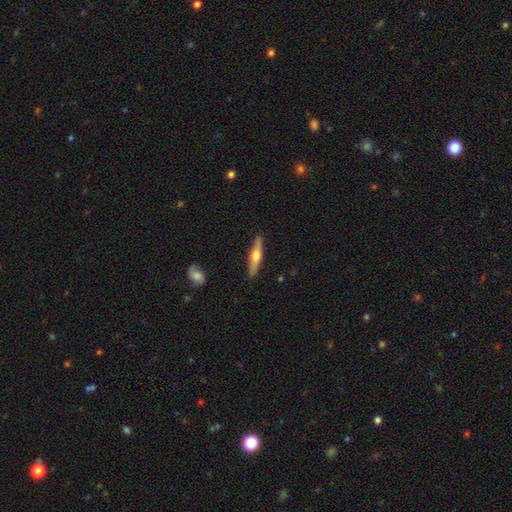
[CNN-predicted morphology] This is possibly a featured or disk galaxy (56%). It is clearly viewed edge-on (94%). Edge-on bulge: clearly rounded (92%). Merging: clearly none (90%).